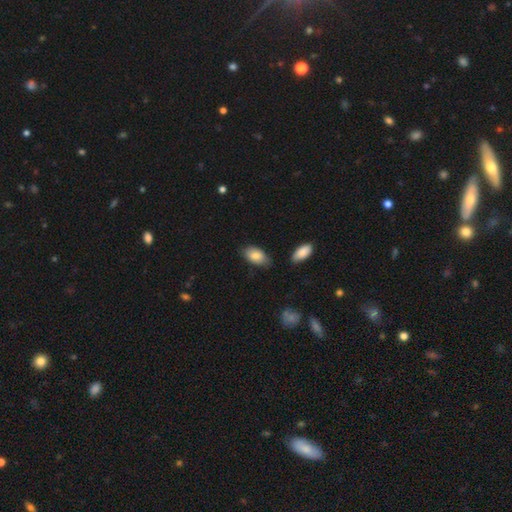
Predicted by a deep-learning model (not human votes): smooth-or-featured: smooth: 83% | featured or disk: 10% | star or artifact: 7%
  how-rounded: in between: 93% | round: 4% | cigar-shaped: 3%
  merging: none: 71% | minor disturbance: 21% | merger: 4% | major disturbance: 4%